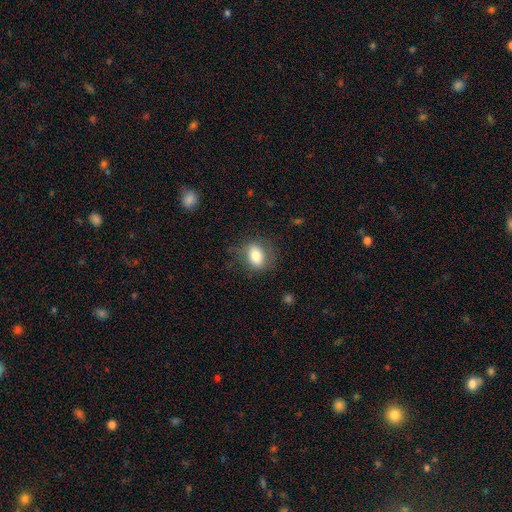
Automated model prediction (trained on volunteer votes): This appears to be a smooth galaxy with no disk features (76%) that is in between round and cigar-shaped (72%). Merging: none (74%).